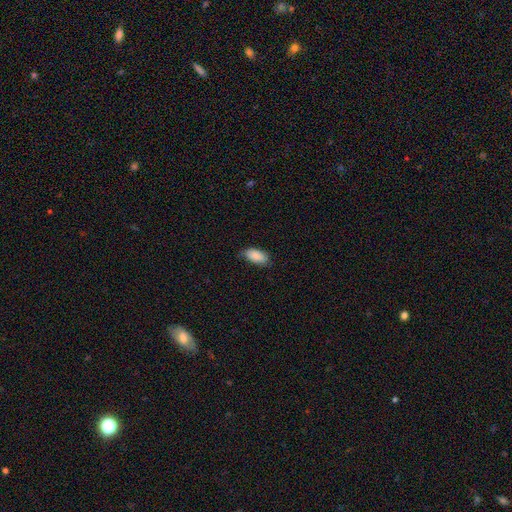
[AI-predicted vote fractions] A smooth galaxy with no disk features (87%) that is in between round and cigar-shaped (93%).

Vote fractions:
- Smooth or featured? smooth: 87% / featured or disk: 7% / star or artifact: 6%
- How rounded? in between: 93% / cigar-shaped: 4% / round: 2%
- Merging? none: 74% / minor disturbance: 21% / major disturbance: 3% / merger: 1%